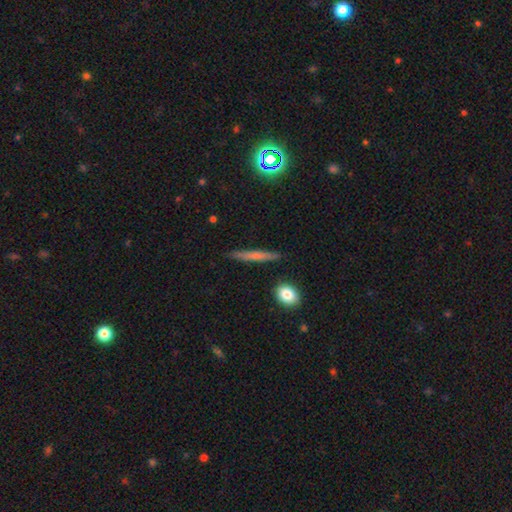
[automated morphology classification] Q: Smooth or featured?
A: smooth (58%); runner-up: featured or disk (33%)
Q: How rounded?
A: cigar-shaped (92%); runner-up: in between (5%)
Q: Merging?
A: none (87%); runner-up: minor disturbance (10%)